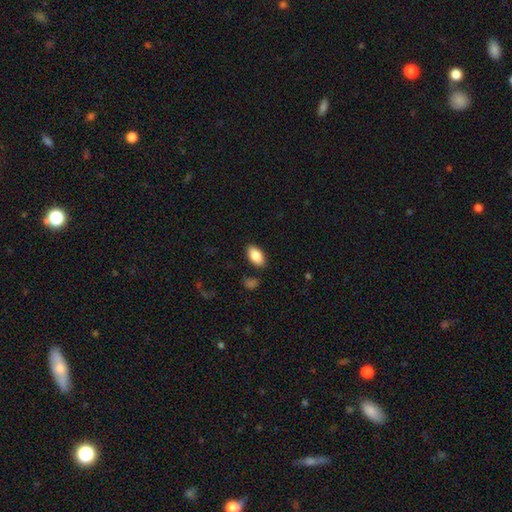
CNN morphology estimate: The model was most divided on "smooth or featured": smooth: 85%, featured or disk: 8%, star or artifact: 7%. More confident: how rounded — in between (93%); merging — none (87%).